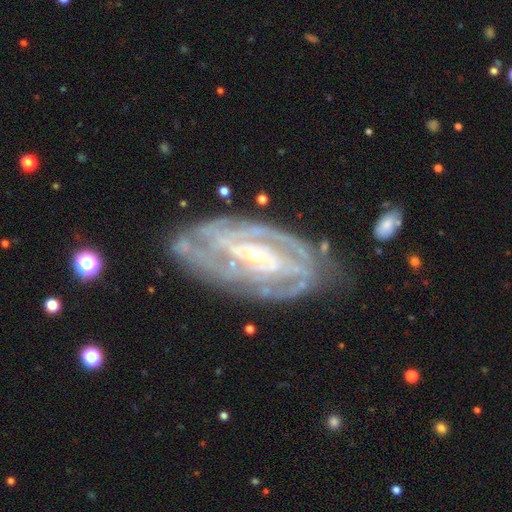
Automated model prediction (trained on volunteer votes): smooth-or-featured: featured or disk: 89% | smooth: 6% | star or artifact: 5%
  disk-edge-on: no: 94% | yes: 6%
    bar: no: 41% | weak: 32% | strong: 27%
    has-spiral-arms: yes: 95% | no: 5%
      spiral-winding: tight: 69% | medium: 26% | loose: 5%
      spiral-arm-count: 2: 29% | can't tell: 27% | 3: 21% | 4: 12% | more than 4: 6% | 1: 5%
    bulge-size: small: 70% | moderate: 27% | large: 1% | none: 1% | dominant: 1%
  merging: none: 73% | minor disturbance: 18% | major disturbance: 7% | merger: 2%